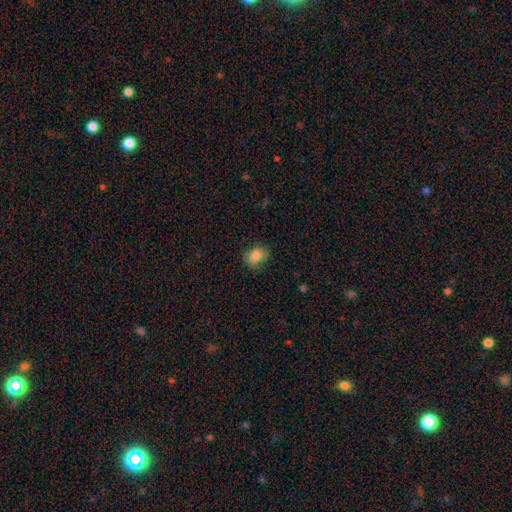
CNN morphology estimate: Smooth or featured? smooth (81%)
How rounded? in between (57%)
Merging? none (74%)